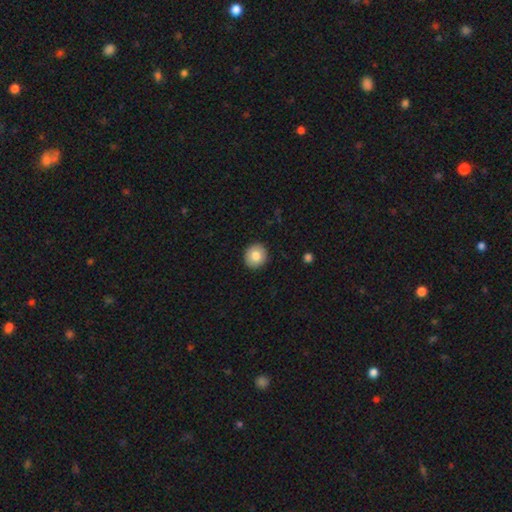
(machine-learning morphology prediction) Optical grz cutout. It shows a smooth galaxy with no disk features (83%) that is round (87%). Merging: none (92%).